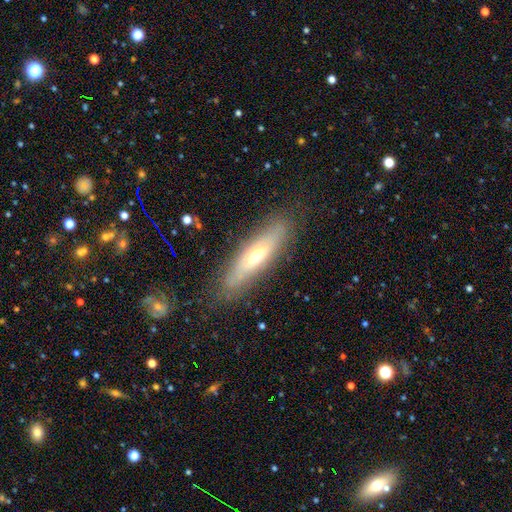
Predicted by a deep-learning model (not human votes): Q: Smooth or featured?
A: featured or disk (47%); runner-up: smooth (45%)
Q: Merging?
A: none (81%); runner-up: minor disturbance (13%)